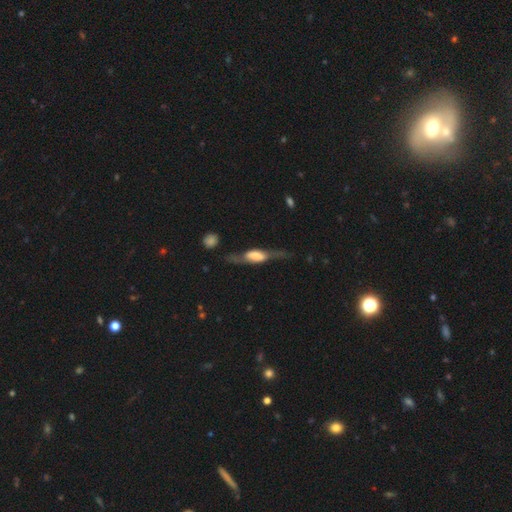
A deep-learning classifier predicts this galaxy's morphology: Q: Smooth or featured?
A: featured or disk (69%); runner-up: smooth (25%)
Q: Edge-on disk?
A: yes (79%); runner-up: no (21%)
Q: Edge-on bulge?
A: boxy (49%); runner-up: rounded (45%)
Q: Merging?
A: none (59%); runner-up: minor disturbance (20%)